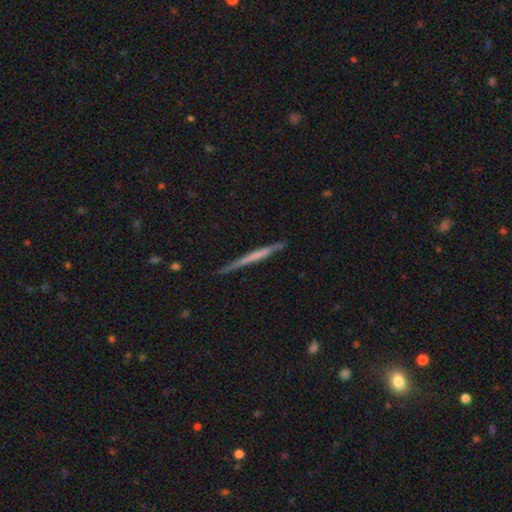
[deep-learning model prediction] A featured or disk galaxy (54%) viewed edge-on (97%) with no central bulge (81%).

Vote fractions:
- Smooth or featured? featured or disk: 54% / smooth: 41% / star or artifact: 6%
- Edge-on disk? yes: 97% / no: 3%
- Edge-on bulge? none: 81% / rounded: 11% / boxy: 8%
- Merging? none: 87% / minor disturbance: 10% / major disturbance: 2% / merger: 1%